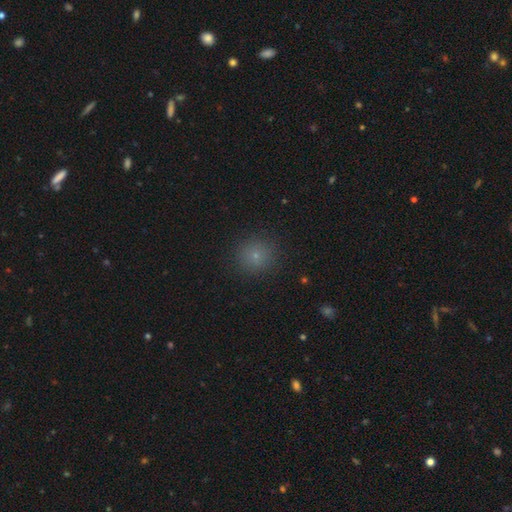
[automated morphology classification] This is likely a smooth galaxy (75%). How rounded: clearly round (92%). Merging: clearly none (89%).